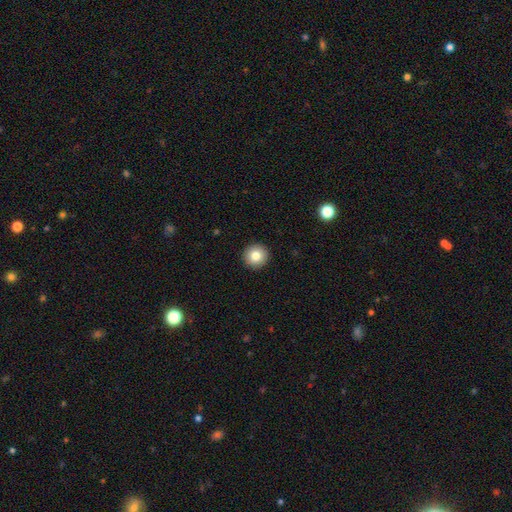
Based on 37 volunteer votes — This is clearly a smooth galaxy (89%). How rounded: clearly round (100%). Merging: clearly none (100%).